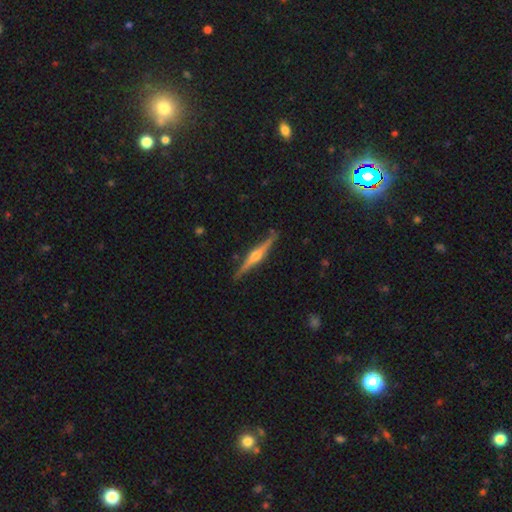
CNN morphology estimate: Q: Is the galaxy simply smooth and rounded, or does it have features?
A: featured or disk — 81%.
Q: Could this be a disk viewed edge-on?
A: yes — 98%.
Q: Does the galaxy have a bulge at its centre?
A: rounded — 94%.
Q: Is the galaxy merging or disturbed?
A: none — 88%.